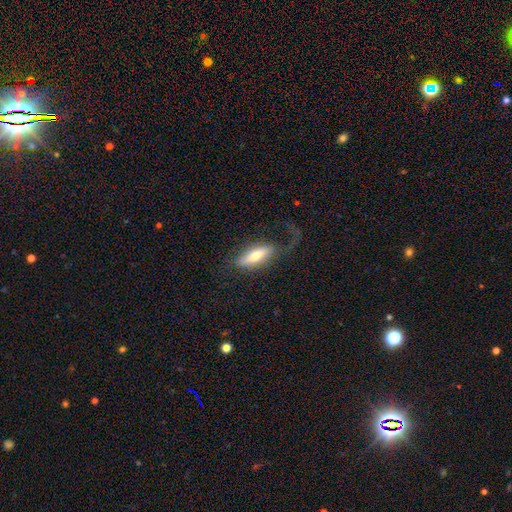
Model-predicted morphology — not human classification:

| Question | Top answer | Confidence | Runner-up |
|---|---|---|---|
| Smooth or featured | smooth | 55% | featured or disk (39%) |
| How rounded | in between | 57% | cigar-shaped (40%) |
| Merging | none | 43% | major disturbance (34%) |